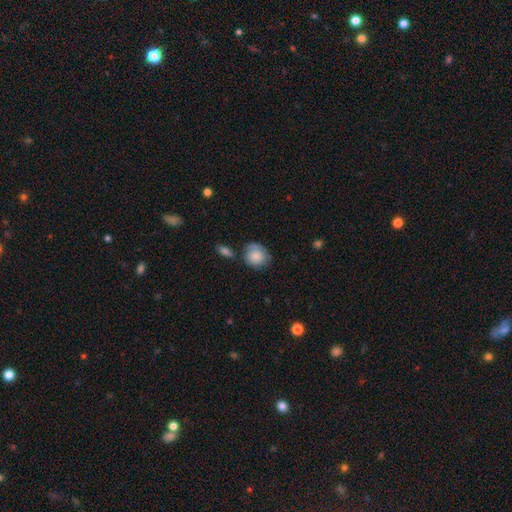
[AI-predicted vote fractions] smooth 79%, featured or disk 14%, star or artifact 7%. Down the decision tree: how rounded — round (68%); merging — none (57%).